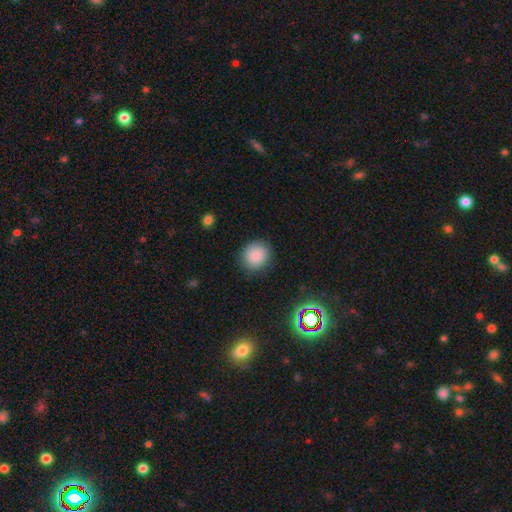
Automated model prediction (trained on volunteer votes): The model was most divided on "how rounded": round: 85%, in between: 15%, cigar-shaped: 1%. More confident: merging — none (87%); smooth or featured — smooth (85%).